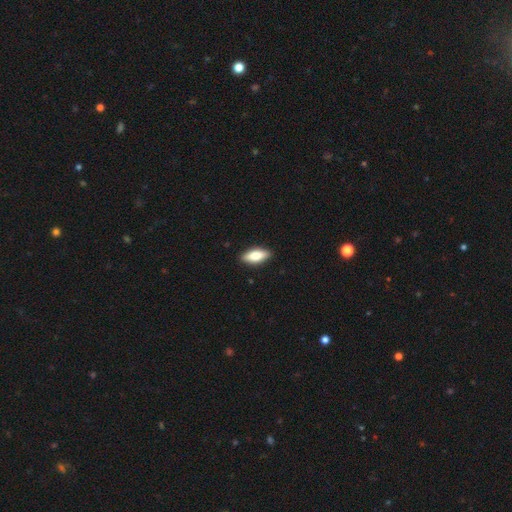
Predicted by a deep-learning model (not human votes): Overall: smooth (75%). How rounded: in between (76%). Merging: none (89%).